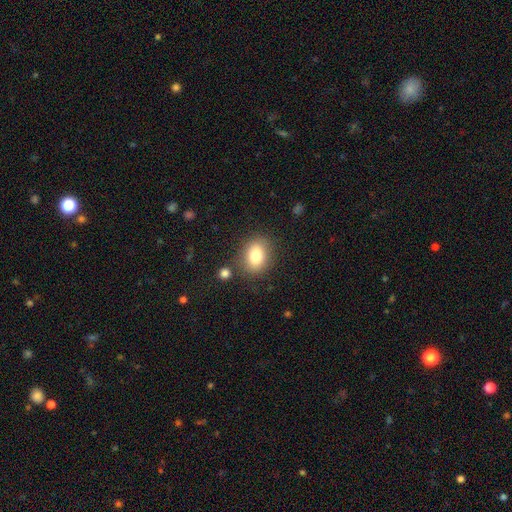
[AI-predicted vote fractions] smooth_or_featured: smooth (p=0.81) [alt: featured or disk p=0.10]
how_rounded: in between (p=0.65) [alt: round p=0.34]
merging: none (p=0.80) [alt: minor disturbance p=0.12]